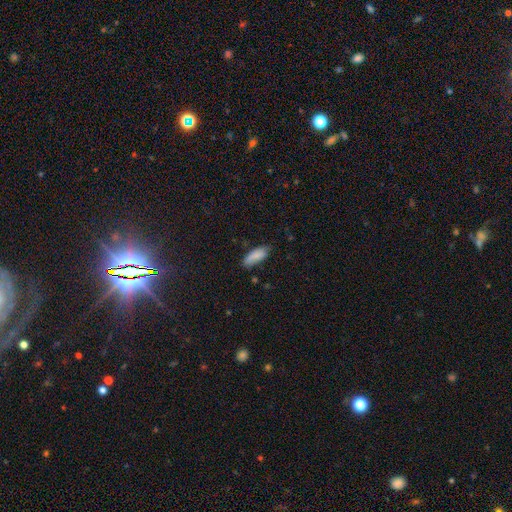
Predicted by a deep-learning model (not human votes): A smooth galaxy with no disk features (85%) that is in between round and cigar-shaped (75%). Merging: none (69%).